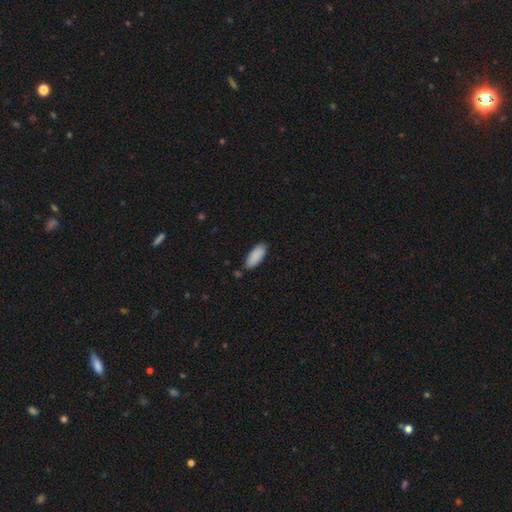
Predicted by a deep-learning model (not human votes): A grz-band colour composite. It shows a smooth galaxy with no disk features (89%) that is in between round and cigar-shaped (80%). Merging: none (78%).